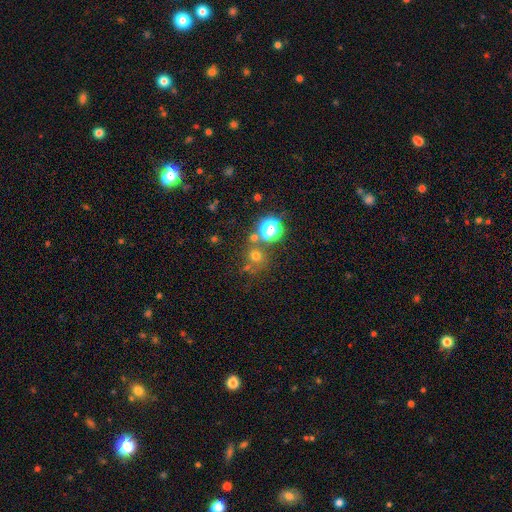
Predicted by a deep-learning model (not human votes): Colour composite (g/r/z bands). It shows a smooth galaxy with no disk features (60%) that is round (88%). Merging: none (66%).